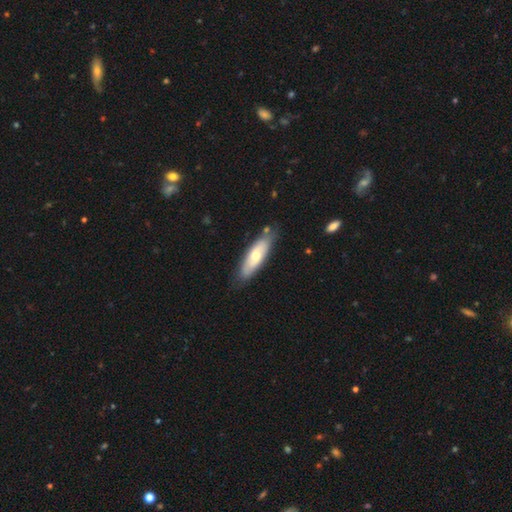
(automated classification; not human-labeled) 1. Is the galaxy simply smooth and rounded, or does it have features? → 51% smooth, 43% featured or disk, 5% star or artifact.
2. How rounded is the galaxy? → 59% in between, 39% cigar-shaped, 2% round.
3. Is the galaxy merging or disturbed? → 76% none, 17% minor disturbance, 4% major disturbance, 3% merger.